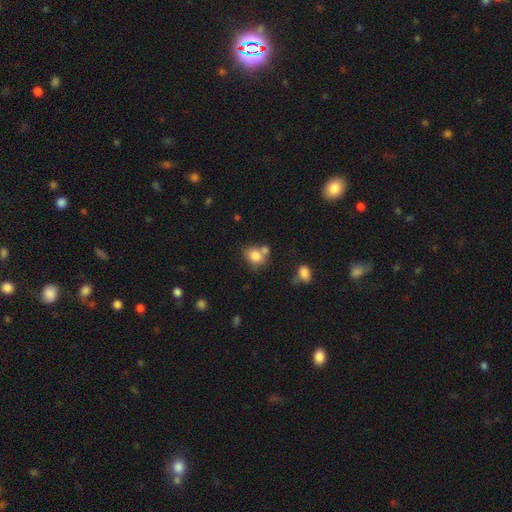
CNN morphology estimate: smooth_or_featured: smooth (p=0.82) [alt: star or artifact p=0.10]
how_rounded: round (p=0.55) [alt: in between p=0.44]
merging: none (p=0.48) [alt: merger p=0.30]